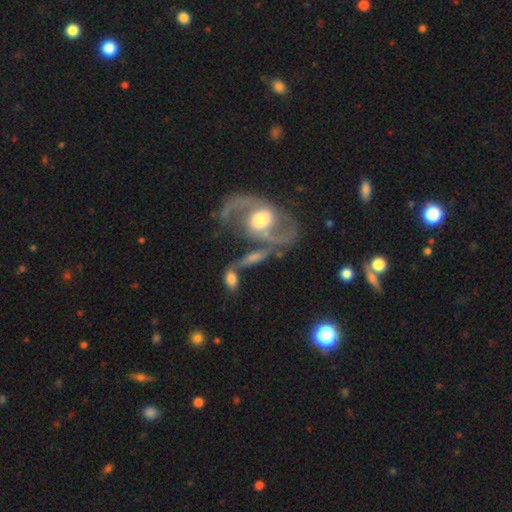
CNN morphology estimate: Smooth or featured? featured or disk (75%)
Edge-on disk? no (87%)
Bar? no (50%)
Spiral arms? yes (85%)
Spiral winding? loose (46%)
Spiral arm count? 2 (89%)
Bulge size? moderate (59%)
Merging? none (47%)